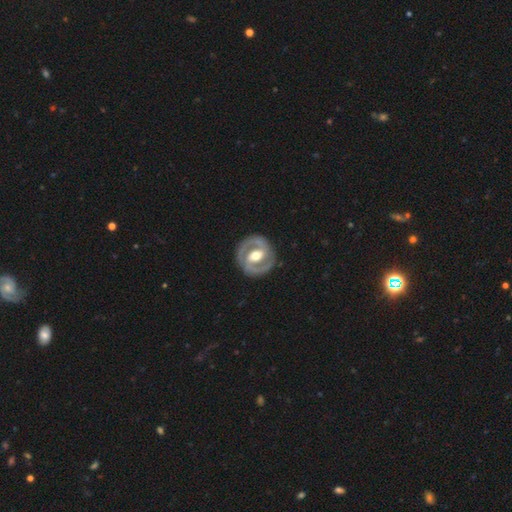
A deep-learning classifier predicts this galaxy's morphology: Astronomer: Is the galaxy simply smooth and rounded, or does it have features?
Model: featured or disk — 79%.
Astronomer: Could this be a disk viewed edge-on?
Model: no — 97%.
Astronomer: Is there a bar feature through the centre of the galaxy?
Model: strong — 39% (runner-up: weak, 38%).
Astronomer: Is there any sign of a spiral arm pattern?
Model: yes — 72%.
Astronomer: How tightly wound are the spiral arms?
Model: tight — 52% (runner-up: medium, 37%).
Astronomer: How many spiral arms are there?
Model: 2 — 86%.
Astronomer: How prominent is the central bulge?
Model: moderate — 69%.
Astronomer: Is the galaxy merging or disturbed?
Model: none — 85%.